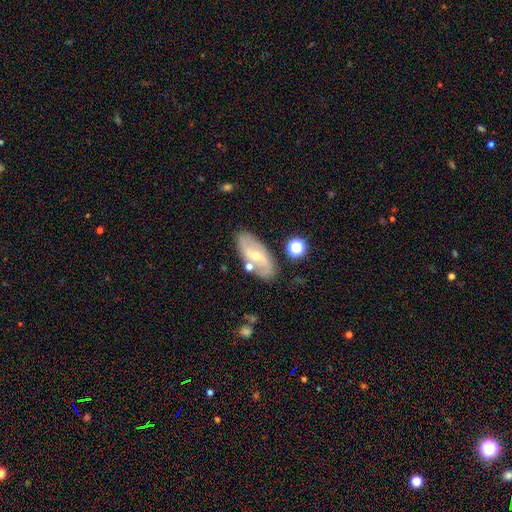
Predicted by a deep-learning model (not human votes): A featured or disk galaxy (67%) with a weak bar (42%), spiral arms (78%) and a small central bulge (59%). Merging: none (79%).